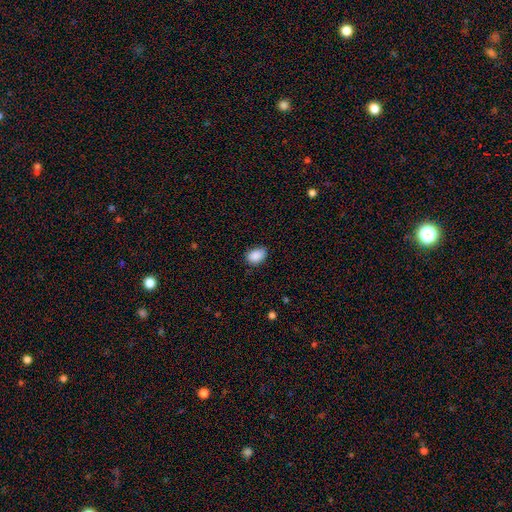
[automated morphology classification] A smooth galaxy with no disk features (89%) that is in between round and cigar-shaped (80%). Merging: none (76%).